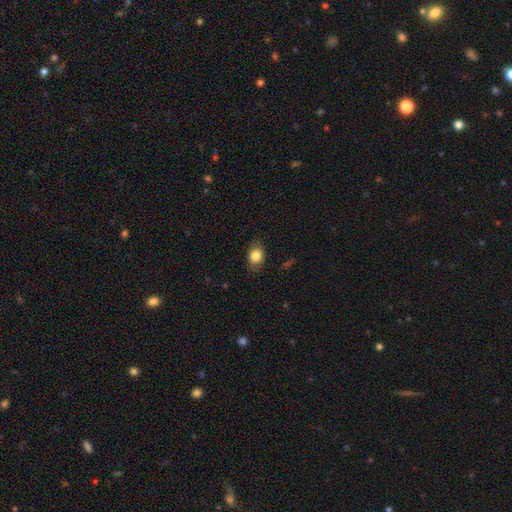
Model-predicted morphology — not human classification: A smooth galaxy with no disk features (81%) that is in between round and cigar-shaped (64%). Merging: none (76%).